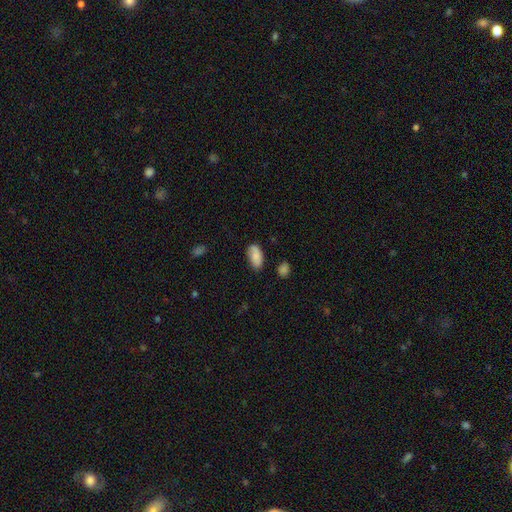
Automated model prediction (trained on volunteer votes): Morphology: type=smooth (82%); roundness=in between (93%); merging=none (72%).